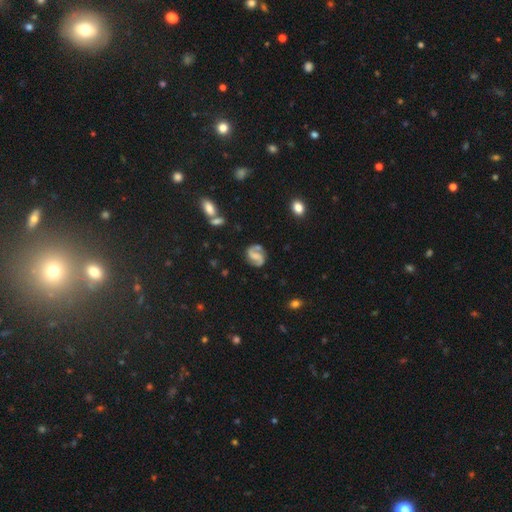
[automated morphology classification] Smooth or featured? Predicted: featured or disk (p=0.83). Edge-on disk? Predicted: no (p=0.98). Bar? Predicted: weak (p=0.44). Spiral arms? Predicted: yes (p=0.96). Spiral winding? Predicted: medium (p=0.52). Spiral arm count? Predicted: 2 (p=0.93). Bulge size? Predicted: none (p=0.51). Merging? Predicted: none (p=0.77).